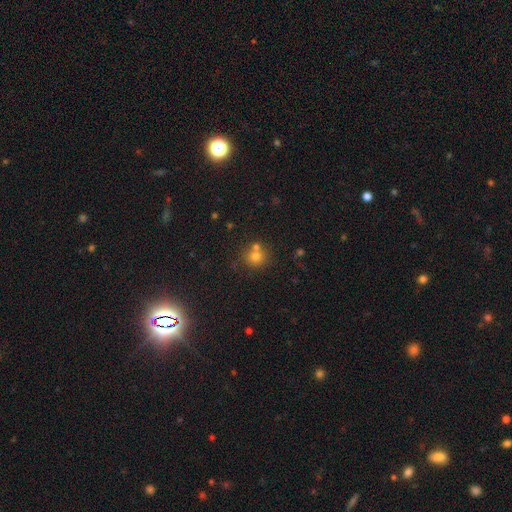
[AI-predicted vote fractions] smooth-or-featured: smooth: 69% | star or artifact: 20% | featured or disk: 11%
  how-rounded: round: 88% | in between: 11% | cigar-shaped: 1%
  merging: none: 60% | merger: 29% | minor disturbance: 8% | major disturbance: 3%